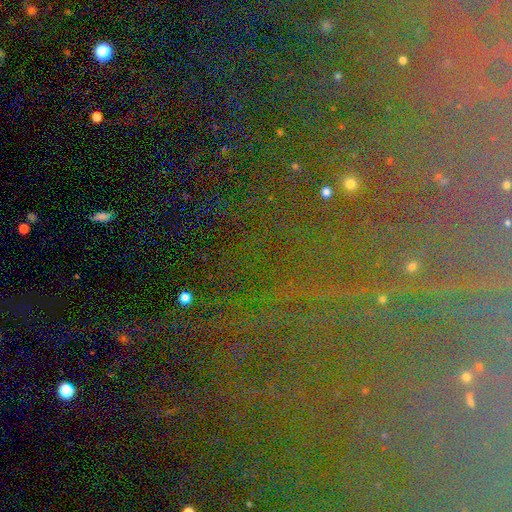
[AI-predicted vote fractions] Smooth or featured?
  - star or artifact: 81% *
  - featured or disk: 10%
  - smooth: 8%